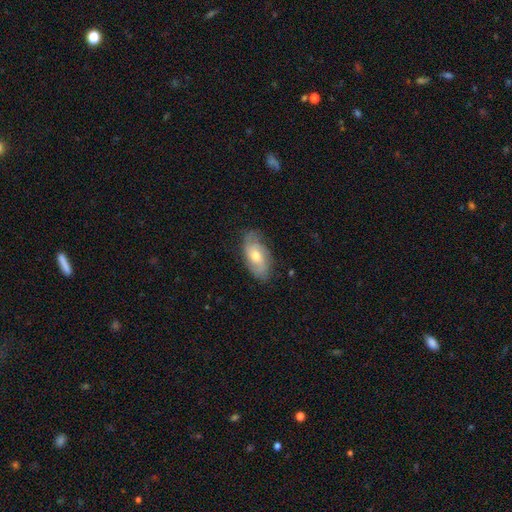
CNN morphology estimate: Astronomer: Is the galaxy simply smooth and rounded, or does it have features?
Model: featured or disk — 58% (runner-up: smooth, 35%).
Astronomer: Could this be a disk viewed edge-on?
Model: no — 91%.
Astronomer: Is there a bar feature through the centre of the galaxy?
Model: no — 69%.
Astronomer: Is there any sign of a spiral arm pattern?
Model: yes — 83%.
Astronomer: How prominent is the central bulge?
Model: moderate — 68%.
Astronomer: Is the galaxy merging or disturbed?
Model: none — 74%.